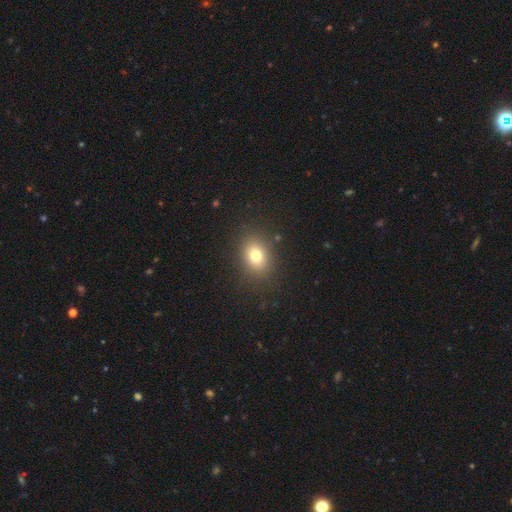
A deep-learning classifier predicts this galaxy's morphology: Overall: smooth (76%). How rounded: in between (54%; round 45%). Merging: none (87%).